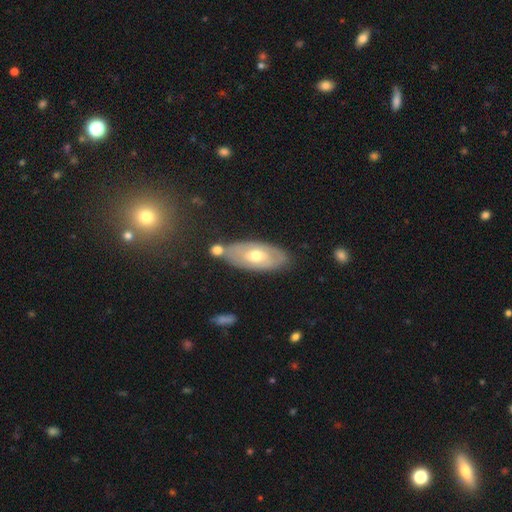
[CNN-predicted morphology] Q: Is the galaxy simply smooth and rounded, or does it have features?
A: featured or disk — 57%.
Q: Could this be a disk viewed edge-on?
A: no — 84%.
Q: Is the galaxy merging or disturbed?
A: none — 80%.